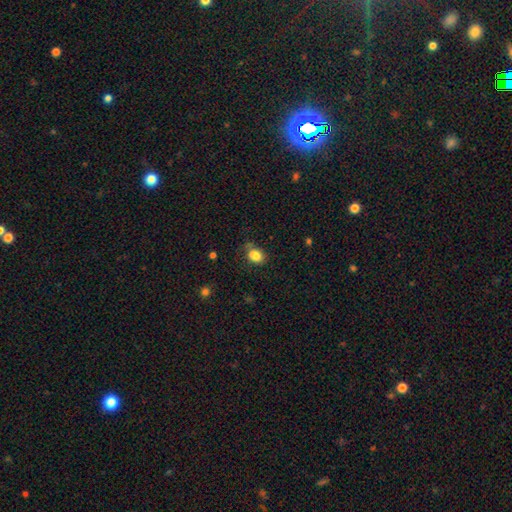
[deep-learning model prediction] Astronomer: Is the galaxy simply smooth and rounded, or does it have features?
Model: smooth — 84%.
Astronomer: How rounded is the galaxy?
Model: in between — 64%.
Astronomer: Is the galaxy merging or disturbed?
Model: none — 66%.